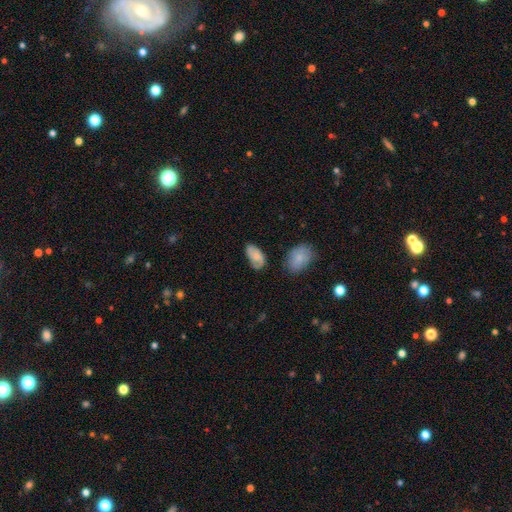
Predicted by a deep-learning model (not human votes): Overall: smooth (63%; featured or disk 29%). How rounded: in between (93%). Merging: none (58%; minor disturbance 29%).